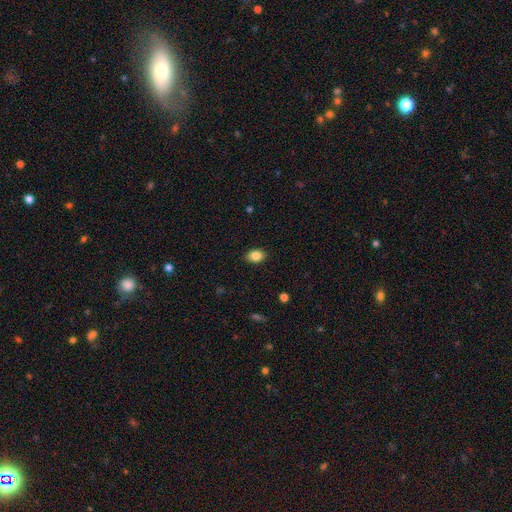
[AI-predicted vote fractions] The model was most divided on "how rounded": in between: 72%, round: 27%, cigar-shaped: 1%. More confident: merging — none (88%); smooth or featured — smooth (85%).